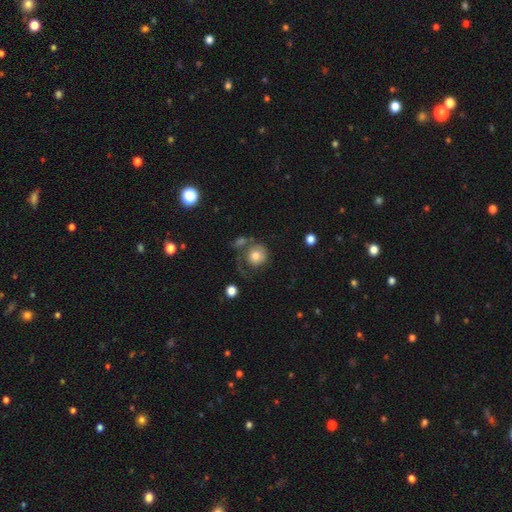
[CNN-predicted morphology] smooth 65%, featured or disk 27%, star or artifact 8%. Down the decision tree: how rounded — round (82%); merging — none (38%).